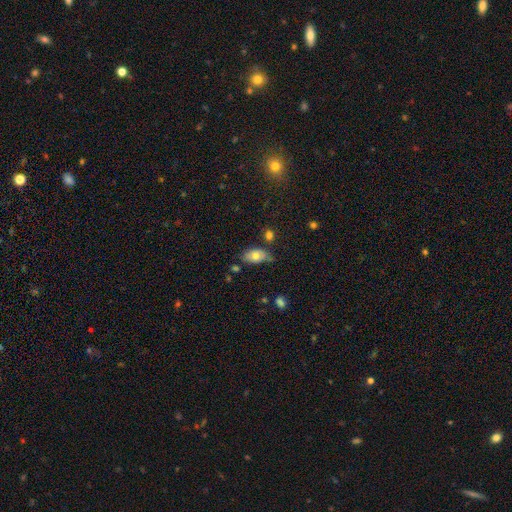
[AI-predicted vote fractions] Smooth or featured: smooth — 72% (featured or disk — 19%)
How rounded: in between — 91% (round — 7%)
Merging: none — 64% (minor disturbance — 25%)